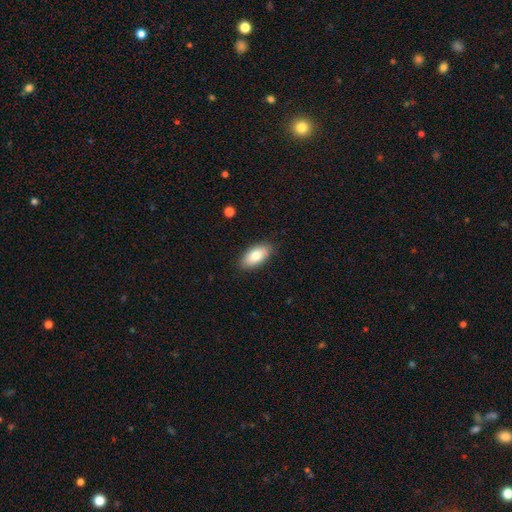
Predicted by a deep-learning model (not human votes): Morphology: type=smooth (80%); roundness=in between (92%); merging=none (86%).